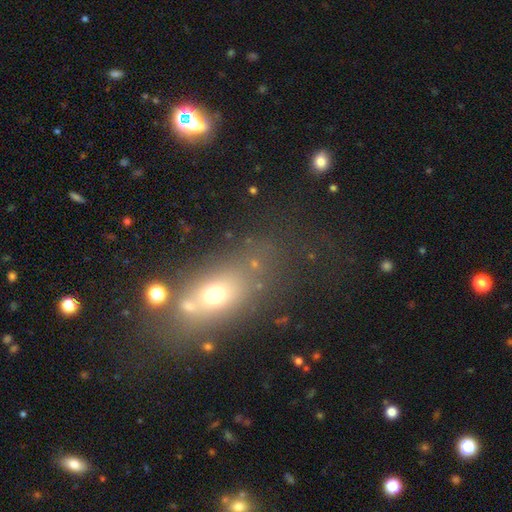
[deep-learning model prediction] Q: Smooth or featured?
A: smooth (54%); runner-up: featured or disk (24%)
Q: How rounded?
A: in between (62%); runner-up: round (27%)
Q: Merging?
A: none (59%); runner-up: merger (16%)